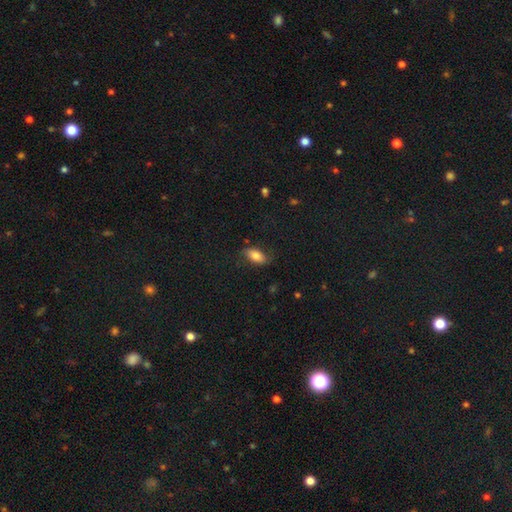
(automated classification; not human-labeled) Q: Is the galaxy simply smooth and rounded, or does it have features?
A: smooth — 75%.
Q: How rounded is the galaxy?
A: in between — 88%.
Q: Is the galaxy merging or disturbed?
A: none — 73%.